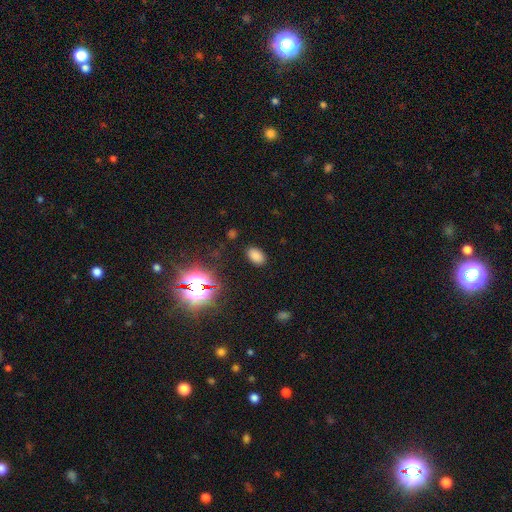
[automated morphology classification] Smooth or featured? Predicted: smooth (p=0.76). How rounded? Predicted: in between (p=0.90). Merging? Predicted: none (p=0.86).